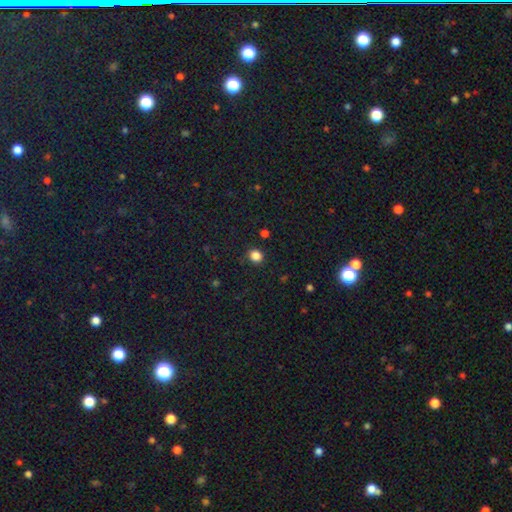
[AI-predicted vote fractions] Morphology: type=smooth (84%); roundness=round (78%); merging=none (87%).